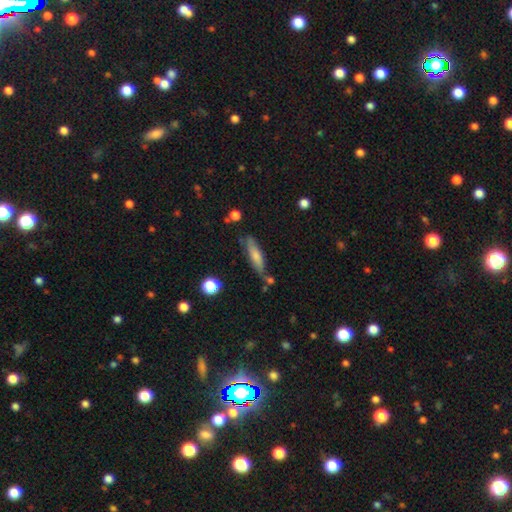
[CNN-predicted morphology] A smooth galaxy with no disk features (66%) that is cigar-shaped (73%). Merging: none (61%).